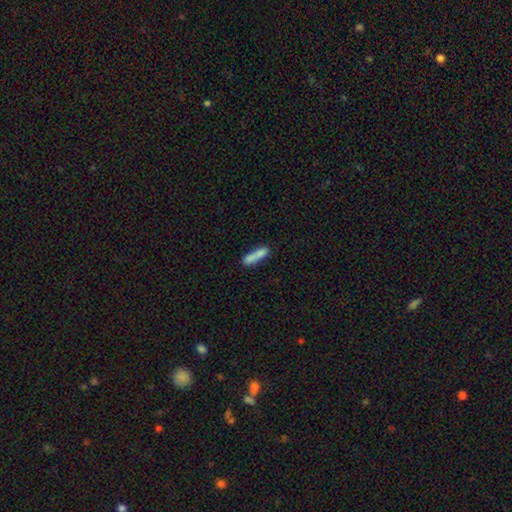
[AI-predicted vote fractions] Overall: smooth (81%). How rounded: cigar-shaped (79%). Merging: none (63%).